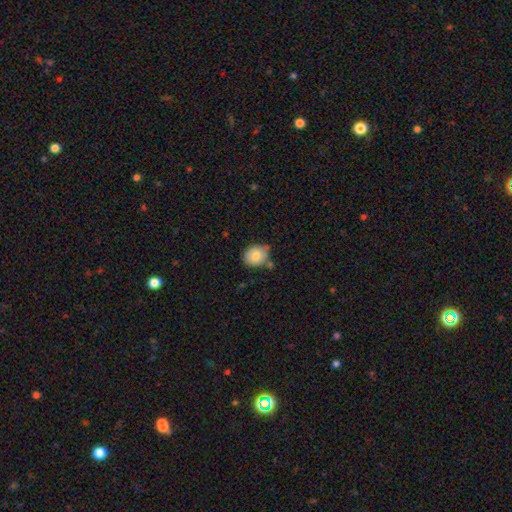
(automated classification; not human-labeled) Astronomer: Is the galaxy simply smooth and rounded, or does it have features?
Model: smooth — 81%.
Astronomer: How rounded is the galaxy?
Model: round — 62% (runner-up: in between, 38%).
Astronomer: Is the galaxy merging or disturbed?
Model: none — 65%.